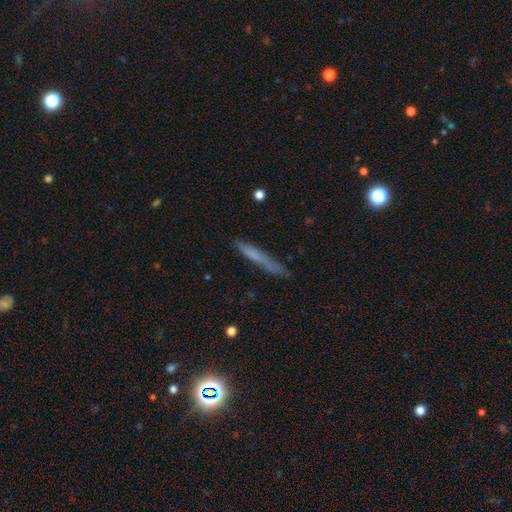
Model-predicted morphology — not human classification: type=smooth (62%); roundness=cigar-shaped (95%); merging=none (76%).